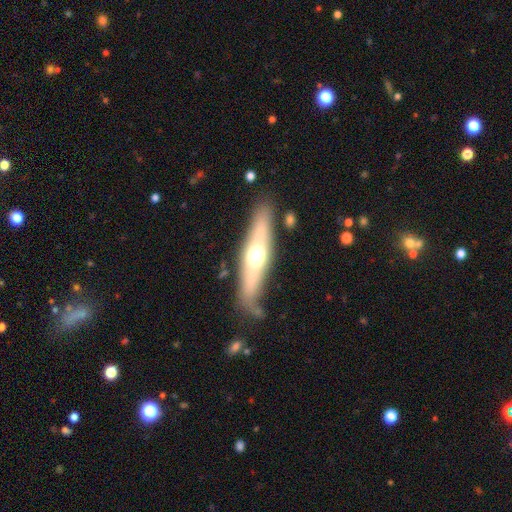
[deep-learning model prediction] A featured or disk galaxy (52%) viewed edge-on (83%). Merging: none (78%).